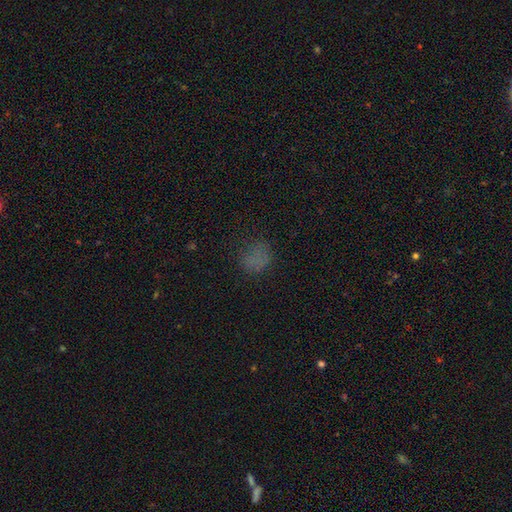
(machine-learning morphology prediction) smooth 62%, star or artifact 27%, featured or disk 10%. Down the decision tree: how rounded — round (65%); merging — none (70%).